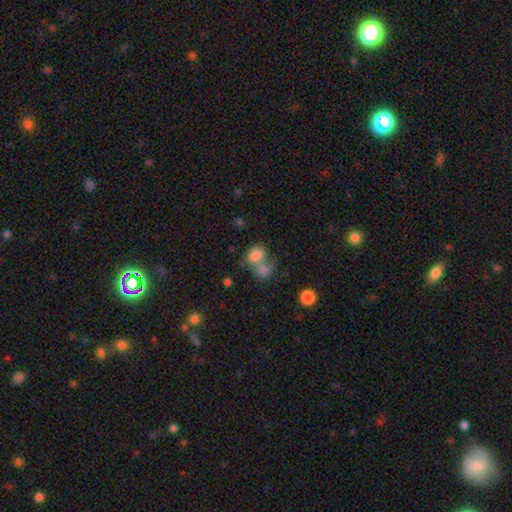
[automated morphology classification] smooth 79%, featured or disk 11%, star or artifact 11%. Down the decision tree: how rounded — in between (61%); merging — merger (58%).